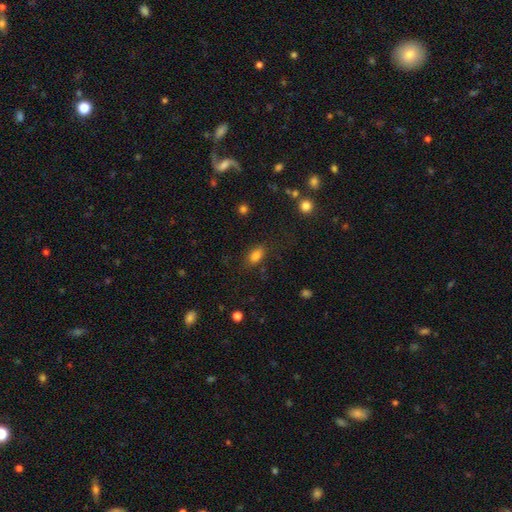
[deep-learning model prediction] Morphology: type=smooth (82%); roundness=in between (86%); merging=none (80%).